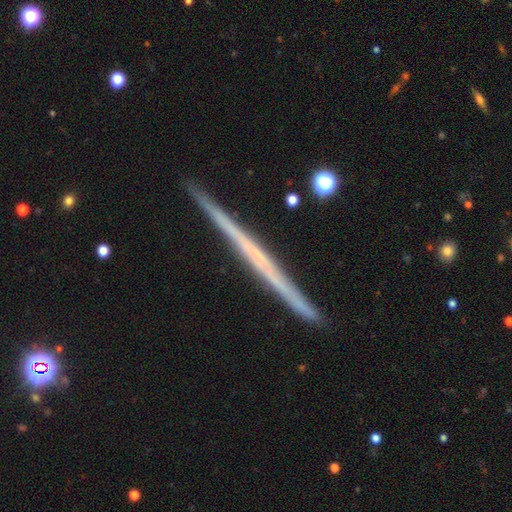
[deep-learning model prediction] Smooth or featured?
  - featured or disk: 71% *
  - smooth: 23%
  - star or artifact: 6%
Edge-on disk?
  - yes: 98% *
  - no: 2%
Edge-on bulge?
  - none: 90% *
  - rounded: 7%
  - boxy: 4%
Merging?
  - none: 90% *
  - minor disturbance: 7%
  - merger: 1%
  - major disturbance: 1%